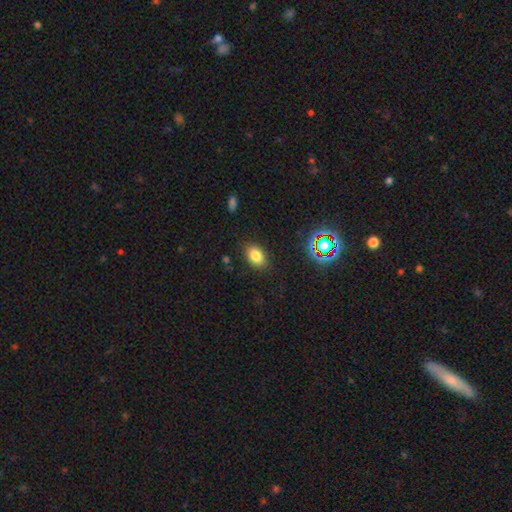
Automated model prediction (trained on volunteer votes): Smooth or featured: smooth — 80% (star or artifact — 12%)
How rounded: in between — 86% (round — 13%)
Merging: none — 86% (minor disturbance — 10%)